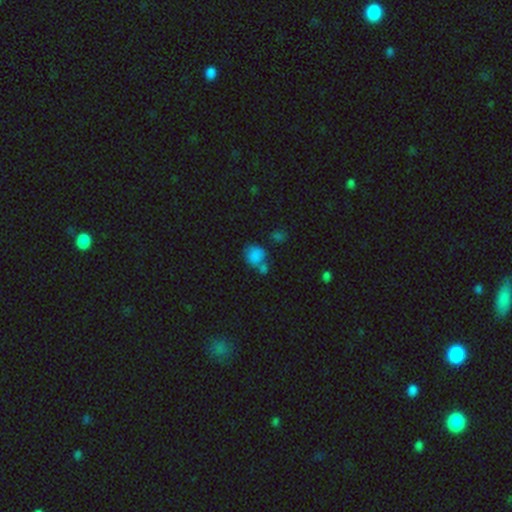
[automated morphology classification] Smooth or featured? smooth (81%)
How rounded? round (68%)
Merging? none (44%)